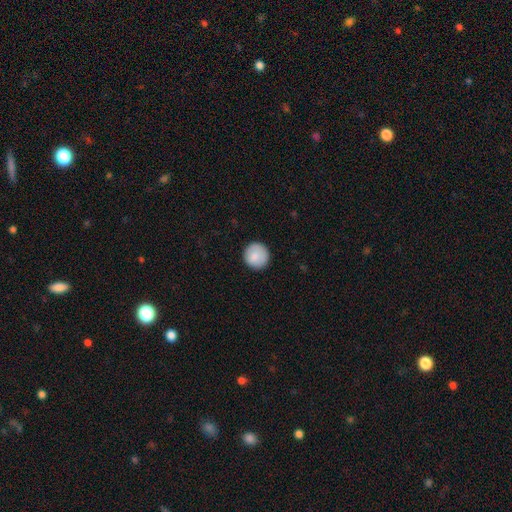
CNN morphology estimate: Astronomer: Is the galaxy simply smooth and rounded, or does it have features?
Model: smooth — 86%.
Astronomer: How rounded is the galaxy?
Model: round — 95%.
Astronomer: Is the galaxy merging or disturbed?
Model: none — 89%.